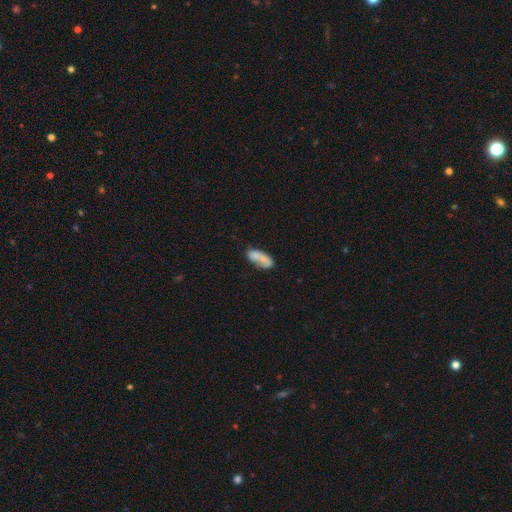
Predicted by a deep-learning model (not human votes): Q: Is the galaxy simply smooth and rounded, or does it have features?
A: smooth — 72%.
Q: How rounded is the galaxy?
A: in between — 77%.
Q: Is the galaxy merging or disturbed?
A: none — 42%.